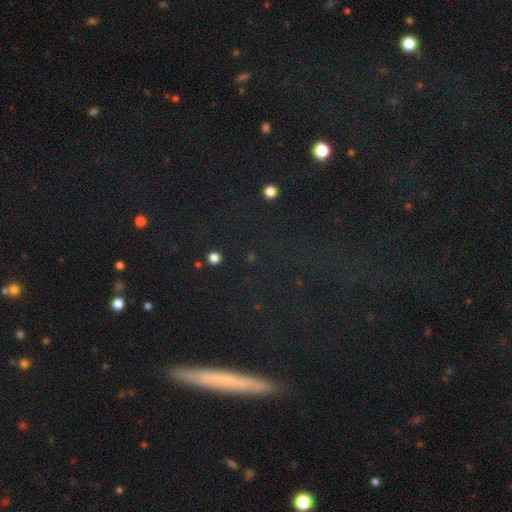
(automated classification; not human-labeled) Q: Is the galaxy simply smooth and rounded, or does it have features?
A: star or artifact — 44%.